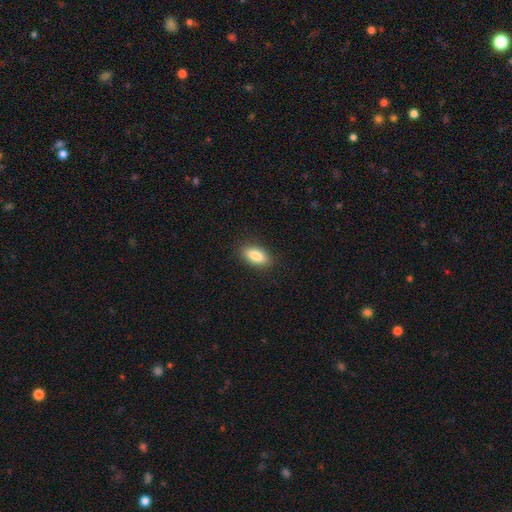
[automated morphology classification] This appears to be a smooth galaxy with no disk features (86%) that is in between round and cigar-shaped (83%). Merging: none (88%).